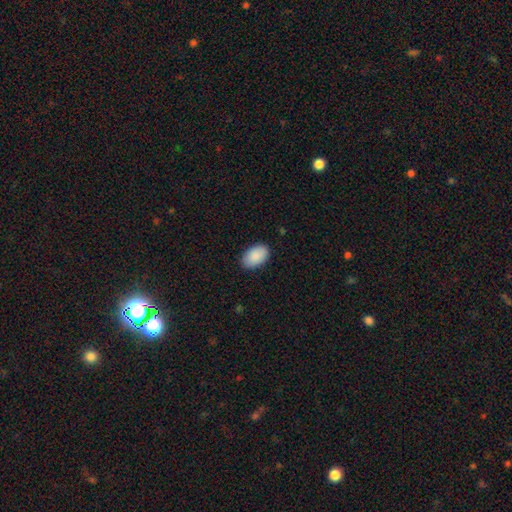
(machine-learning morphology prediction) smooth-or-featured: smooth: 91% | star or artifact: 6% | featured or disk: 3%
  how-rounded: in between: 93% | round: 6% | cigar-shaped: 1%
  merging: none: 87% | minor disturbance: 10% | major disturbance: 2% | merger: 1%